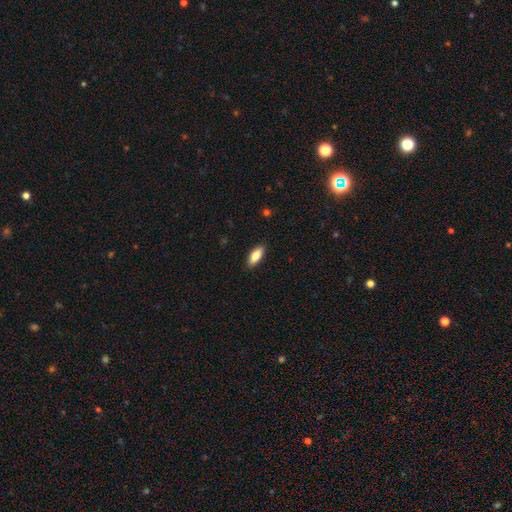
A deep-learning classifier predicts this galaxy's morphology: type=smooth (86%); roundness=in between (83%); merging=none (89%).